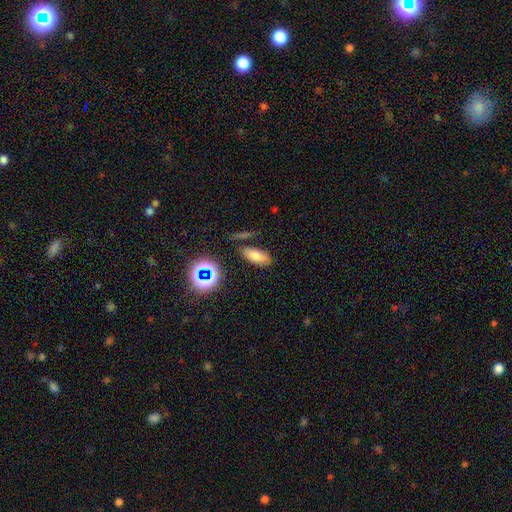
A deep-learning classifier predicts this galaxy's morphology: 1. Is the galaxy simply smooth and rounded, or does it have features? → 73% smooth, 16% star or artifact, 11% featured or disk.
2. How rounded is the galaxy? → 84% in between, 11% cigar-shaped, 5% round.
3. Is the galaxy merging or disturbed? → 76% none, 14% minor disturbance, 6% merger, 5% major disturbance.